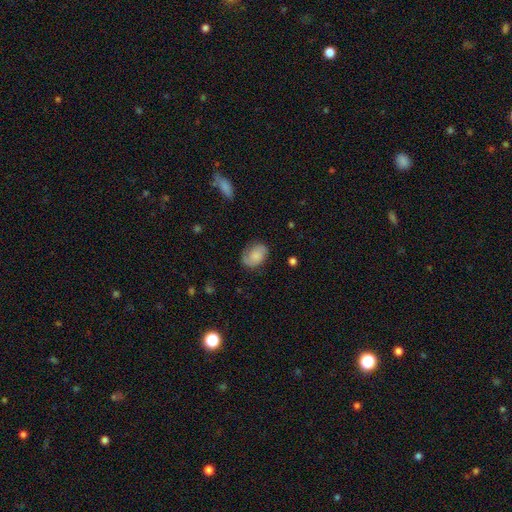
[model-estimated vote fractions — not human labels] Smooth or featured?
  - smooth: 64% *
  - featured or disk: 28%
  - star or artifact: 8%
How rounded?
  - in between: 76% *
  - round: 22%
  - cigar-shaped: 1%
Merging?
  - none: 69% *
  - minor disturbance: 22%
  - major disturbance: 7%
  - merger: 1%